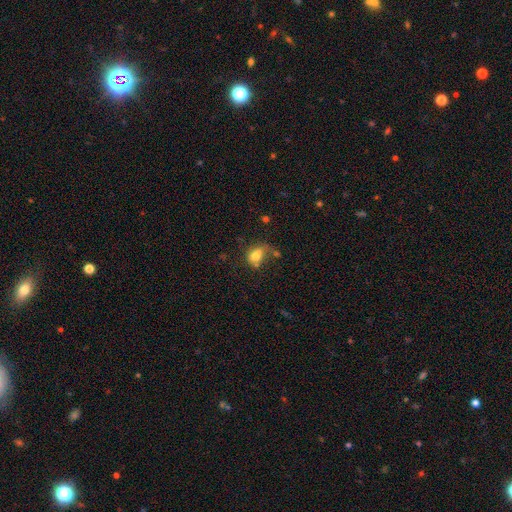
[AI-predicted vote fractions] smooth 74%, featured or disk 15%, star or artifact 11%. Down the decision tree: how rounded — in between (57%); merging — none (33%).